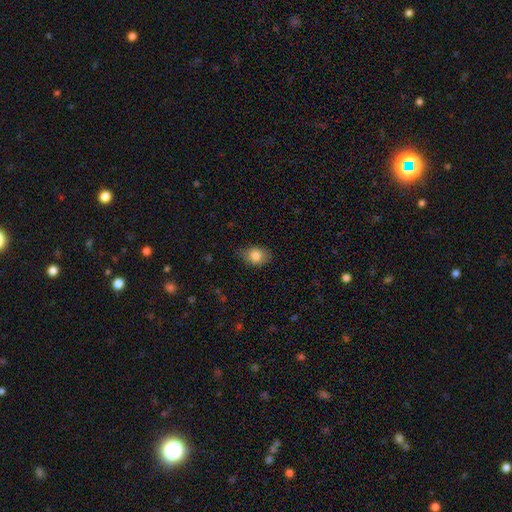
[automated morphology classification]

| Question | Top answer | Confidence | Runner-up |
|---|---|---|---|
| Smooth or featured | smooth | 83% | featured or disk (9%) |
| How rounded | in between | 72% | round (27%) |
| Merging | none | 72% | minor disturbance (23%) |